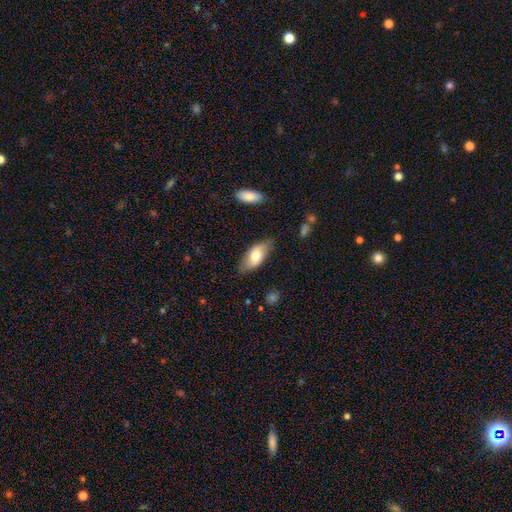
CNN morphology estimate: smooth 68%, featured or disk 26%, star or artifact 6%. Down the decision tree: how rounded — in between (88%); merging — none (77%).